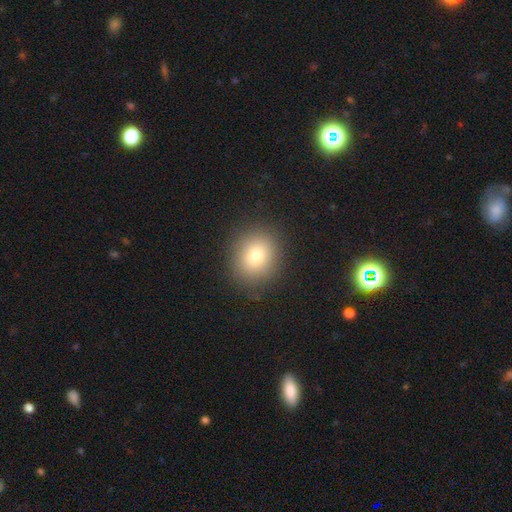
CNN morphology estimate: Smooth or featured? Predicted: smooth (p=0.78). How rounded? Predicted: round (p=0.75). Merging? Predicted: none (p=0.89).